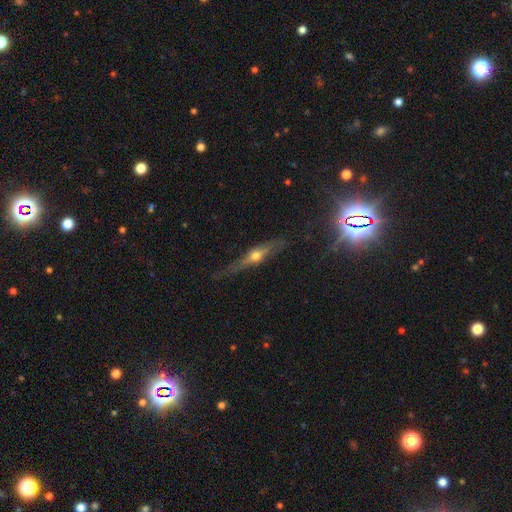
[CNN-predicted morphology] Smooth or featured: featured or disk — 70% (smooth — 23%)
Edge-on disk: yes — 93% (no — 7%)
Edge-on bulge: rounded — 93% (none — 4%)
Merging: none — 76% (minor disturbance — 18%)